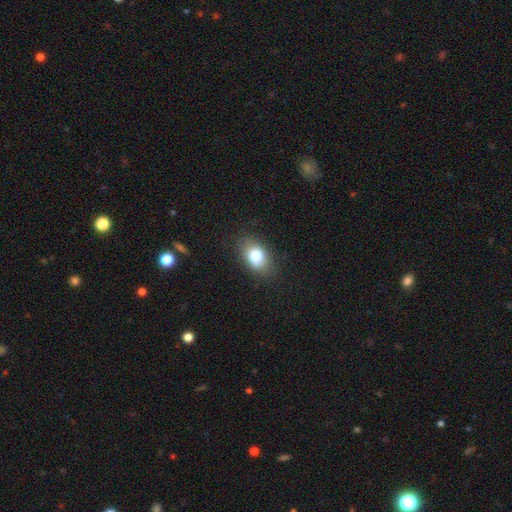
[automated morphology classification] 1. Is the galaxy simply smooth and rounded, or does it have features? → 78% smooth, 13% featured or disk, 9% star or artifact.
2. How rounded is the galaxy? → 82% in between, 17% round, 2% cigar-shaped.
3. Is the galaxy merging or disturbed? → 84% none, 12% minor disturbance, 3% major disturbance, 1% merger.